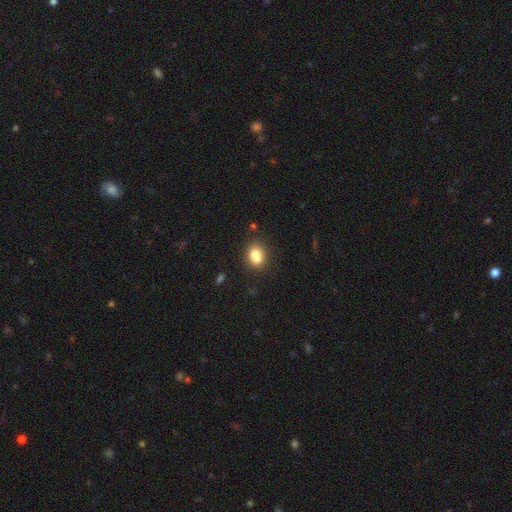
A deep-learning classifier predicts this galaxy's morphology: This appears to be a smooth galaxy with no disk features (78%) that is in between round and cigar-shaped (57%). Merging: none (51%).